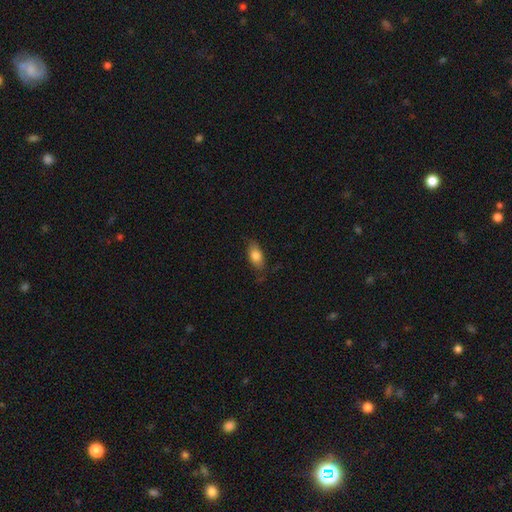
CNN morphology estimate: Smooth or featured: smooth — 81% (featured or disk — 12%)
How rounded: in between — 88% (cigar-shaped — 7%)
Merging: none — 77% (minor disturbance — 18%)